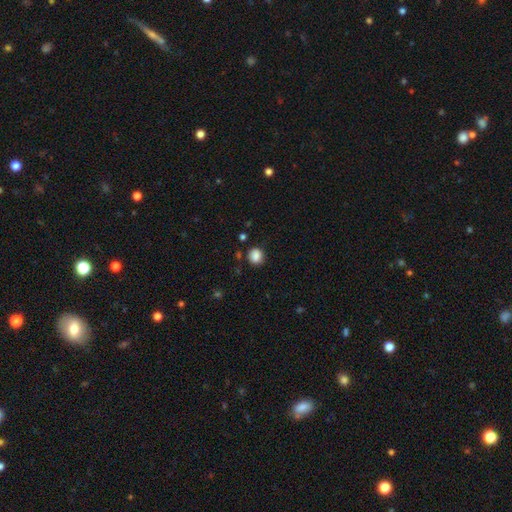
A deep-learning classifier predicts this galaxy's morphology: smooth 86%, star or artifact 10%, featured or disk 4%. Down the decision tree: how rounded — round (78%); merging — none (83%).